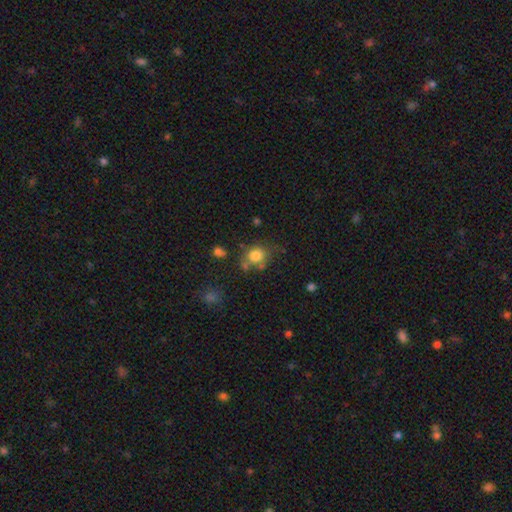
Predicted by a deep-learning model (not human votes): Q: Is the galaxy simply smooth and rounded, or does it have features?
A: smooth — 80%.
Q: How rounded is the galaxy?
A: round — 72%.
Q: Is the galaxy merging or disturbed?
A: none — 61%.